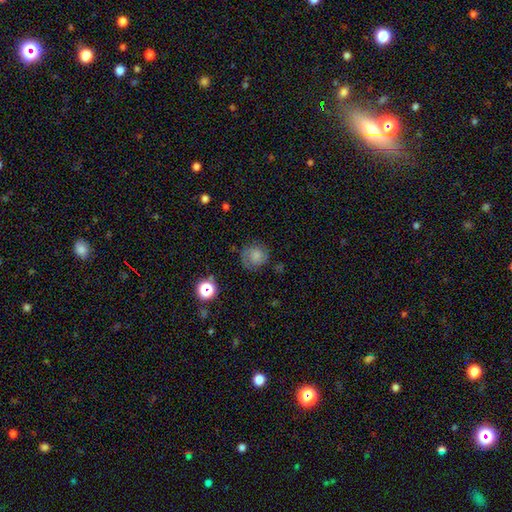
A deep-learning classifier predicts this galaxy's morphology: smooth_or_featured: smooth (p=0.55) [alt: featured or disk p=0.33]
how_rounded: round (p=0.83) [alt: in between p=0.16]
merging: none (p=0.67) [alt: minor disturbance p=0.20]